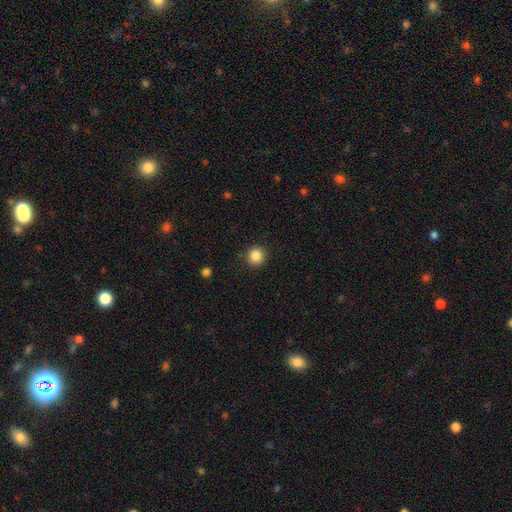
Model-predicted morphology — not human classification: Smooth or featured? smooth (86%)
How rounded? round (92%)
Merging? none (90%)